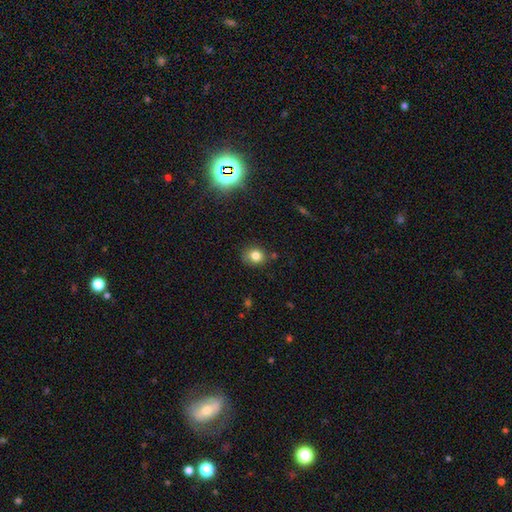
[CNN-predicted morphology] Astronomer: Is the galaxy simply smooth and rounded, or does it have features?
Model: smooth — 80%.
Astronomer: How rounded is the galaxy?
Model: round — 77%.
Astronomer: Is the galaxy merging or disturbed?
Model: none — 76%.